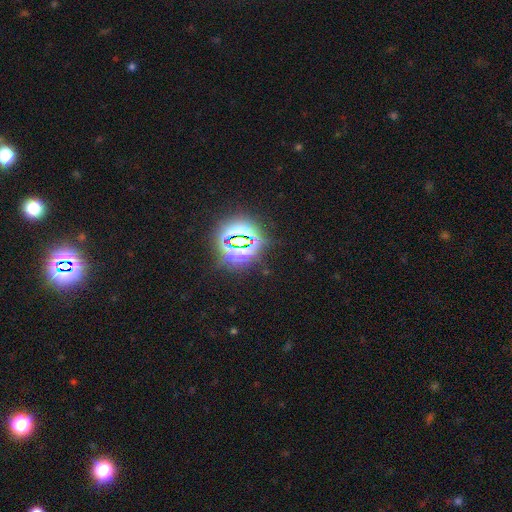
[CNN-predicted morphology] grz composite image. It shows a star or artifact, not a galaxy (75%).